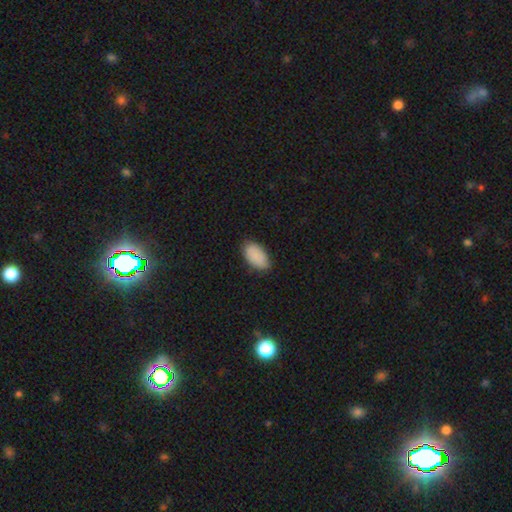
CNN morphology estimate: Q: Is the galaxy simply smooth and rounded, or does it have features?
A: smooth — 88%.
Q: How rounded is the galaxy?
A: in between — 95%.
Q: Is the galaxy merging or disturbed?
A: none — 78%.